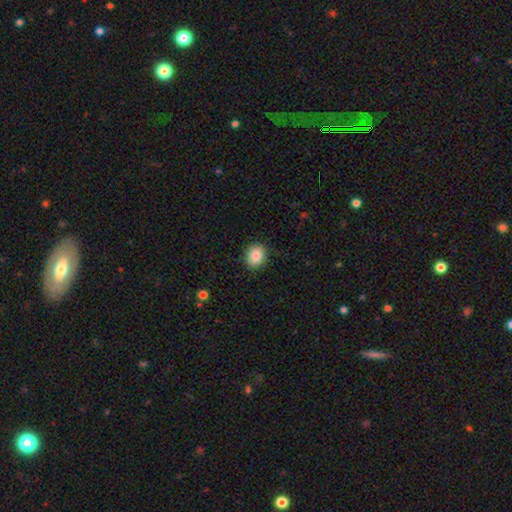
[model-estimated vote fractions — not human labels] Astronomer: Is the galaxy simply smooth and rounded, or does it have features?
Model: smooth — 86%.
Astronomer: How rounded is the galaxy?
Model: round — 54% (runner-up: in between, 45%).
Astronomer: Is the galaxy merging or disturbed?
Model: none — 88%.